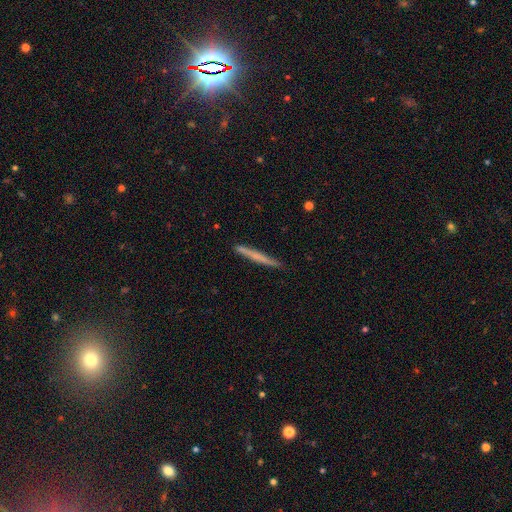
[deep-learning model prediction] This appears to be a smooth galaxy with no disk features (56%) that is cigar-shaped (97%). Merging: none (88%).